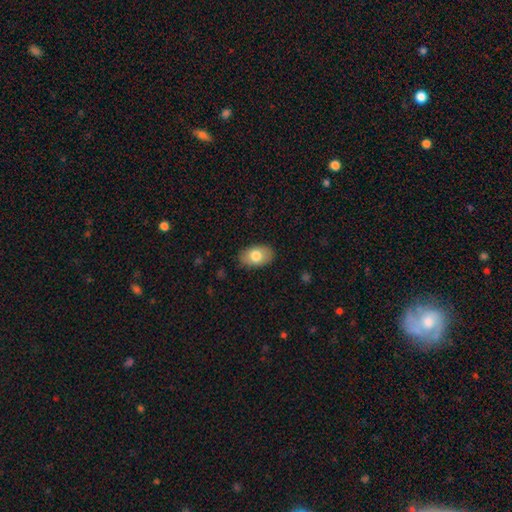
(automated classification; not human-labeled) A smooth galaxy with no disk features (77%) that is in between round and cigar-shaped (91%). Merging: none (86%).